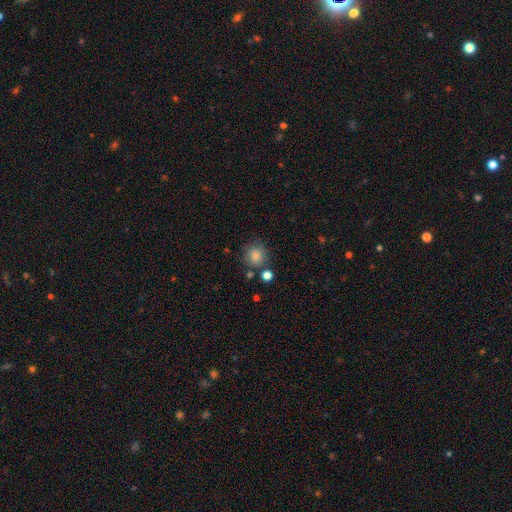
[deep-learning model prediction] Q: Smooth or featured?
A: smooth (83%); runner-up: star or artifact (11%)
Q: How rounded?
A: round (88%); runner-up: in between (11%)
Q: Merging?
A: none (78%); runner-up: minor disturbance (11%)